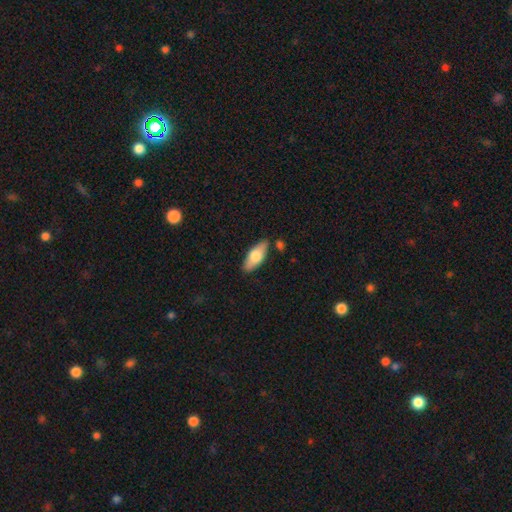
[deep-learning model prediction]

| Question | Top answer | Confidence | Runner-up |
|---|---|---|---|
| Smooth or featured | smooth | 69% | featured or disk (26%) |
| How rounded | in between | 78% | cigar-shaped (20%) |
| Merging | none | 82% | minor disturbance (12%) |